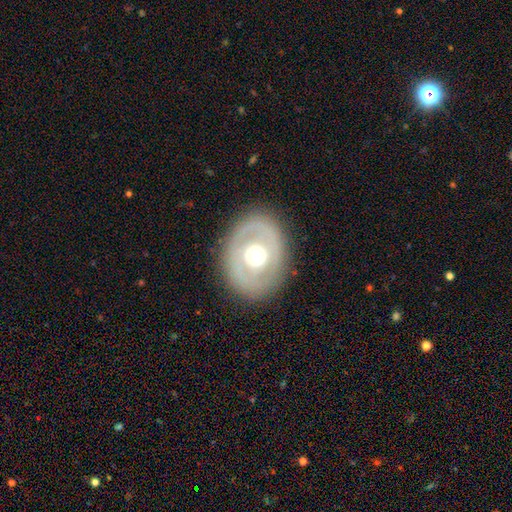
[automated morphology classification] type=featured or disk (59%); edge-on=no (93%); bar=no (80%); spiral arms=no (78%); bulge=moderate (66%); merging=none (82%).